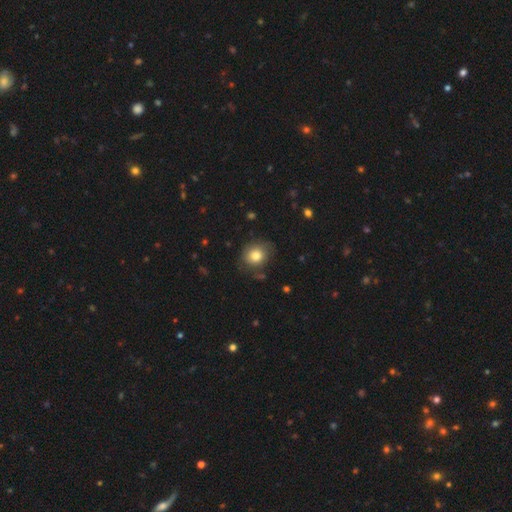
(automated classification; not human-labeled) A smooth galaxy with no disk features (80%) that is round (74%).

Vote fractions:
- Smooth or featured? smooth: 80% / featured or disk: 11% / star or artifact: 9%
- How rounded? round: 74% / in between: 25% / cigar-shaped: 1%
- Merging? none: 73% / minor disturbance: 19% / major disturbance: 6% / merger: 2%